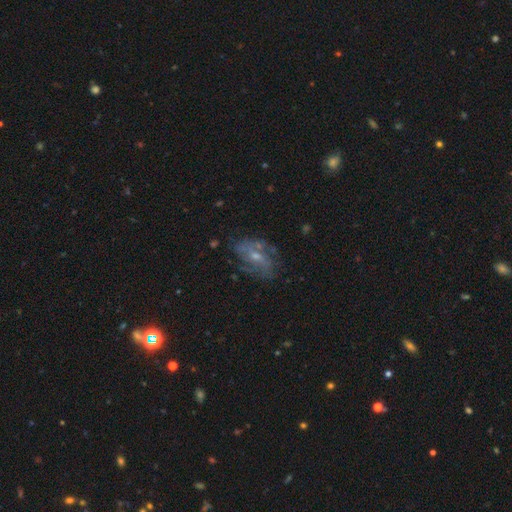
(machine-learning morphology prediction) smooth_or_featured: featured or disk (p=0.69) [alt: smooth p=0.21]
disk_edge_on: no (p=0.95) [alt: yes p=0.05]
bar: no (p=0.54) [alt: weak p=0.37]
has_spiral_arms: yes (p=0.72) [alt: no p=0.28]
bulge_size: small (p=0.52) [alt: moderate p=0.40]
merging: none (p=0.60) [alt: minor disturbance p=0.21]